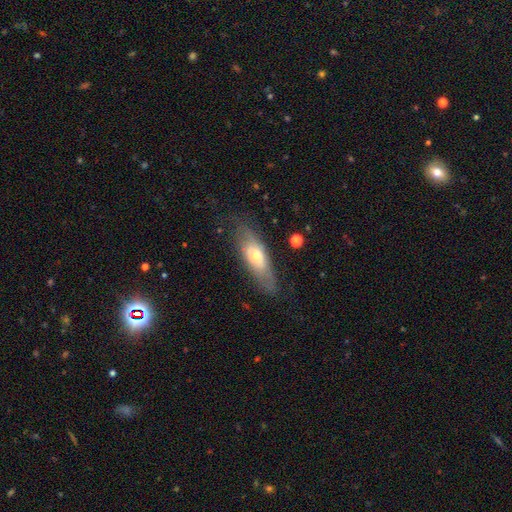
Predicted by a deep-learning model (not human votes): smooth 49%, featured or disk 44%, star or artifact 7%. Down the decision tree: merging — none (71%).